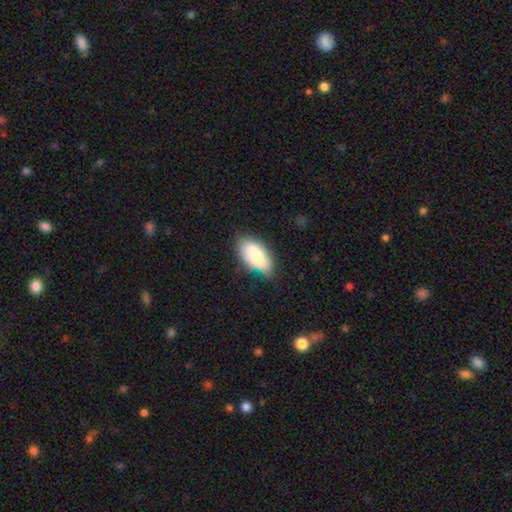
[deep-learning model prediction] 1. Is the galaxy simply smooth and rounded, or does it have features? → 83% smooth, 10% featured or disk, 7% star or artifact.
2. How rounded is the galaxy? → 91% in between, 6% cigar-shaped, 2% round.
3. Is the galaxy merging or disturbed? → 76% none, 19% minor disturbance, 4% major disturbance, 2% merger.